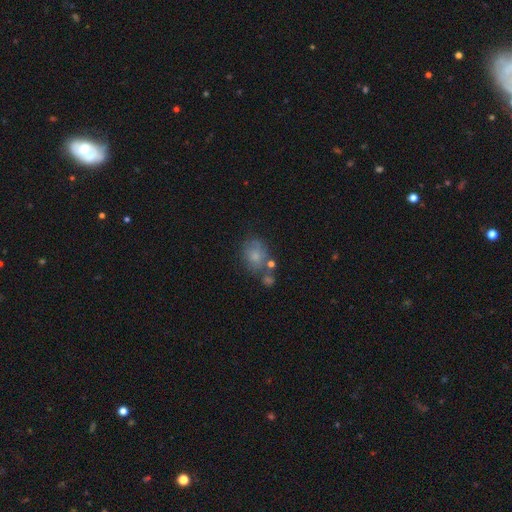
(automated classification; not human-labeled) A smooth galaxy with no disk features (66%) that is in between round and cigar-shaped (59%).

Vote fractions:
- Smooth or featured? smooth: 66% / featured or disk: 22% / star or artifact: 13%
- How rounded? in between: 59% / round: 40% / cigar-shaped: 1%
- Merging? none: 49% / minor disturbance: 23% / merger: 16% / major disturbance: 11%